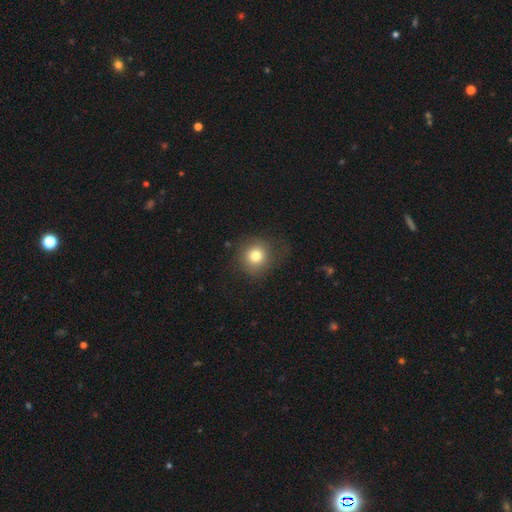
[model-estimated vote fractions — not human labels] Smooth or featured? Predicted: smooth (p=0.79). How rounded? Predicted: round (p=0.86). Merging? Predicted: none (p=0.73).